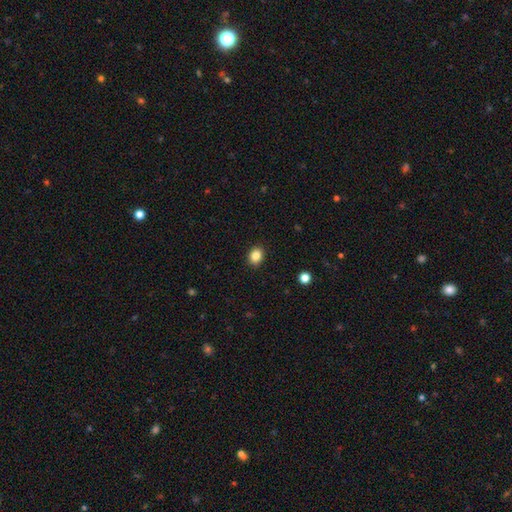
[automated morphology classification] Smooth or featured? smooth (85%)
How rounded? in between (52%)
Merging? none (91%)